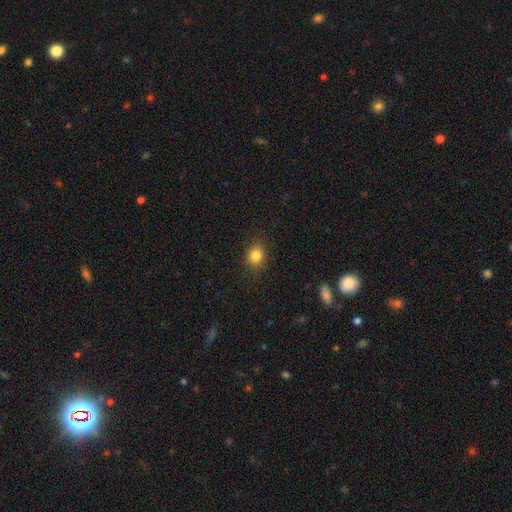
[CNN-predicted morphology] A smooth galaxy with no disk features (84%) that is round (62%).

Vote fractions:
- Smooth or featured? smooth: 84% / star or artifact: 11% / featured or disk: 5%
- How rounded? round: 62% / in between: 37% / cigar-shaped: 1%
- Merging? none: 88% / minor disturbance: 9% / major disturbance: 3% / merger: 1%